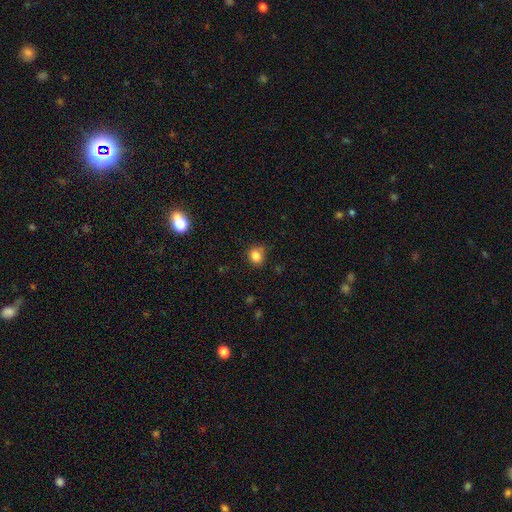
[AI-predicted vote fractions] Smooth or featured? Predicted: smooth (p=0.83). How rounded? Predicted: round (p=0.70). Merging? Predicted: none (p=0.73).